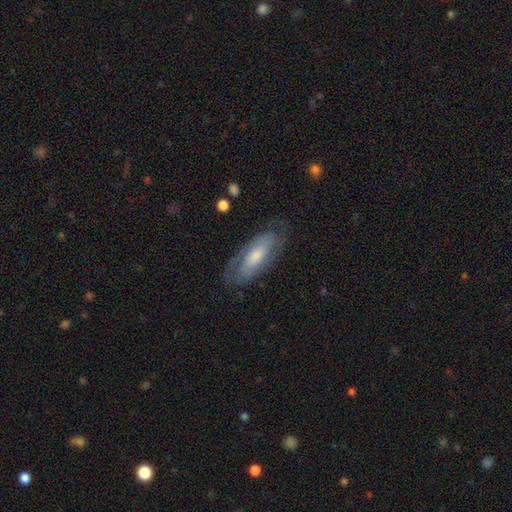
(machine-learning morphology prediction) Smooth or featured: featured or disk — 54% (smooth — 40%)
Edge-on disk: no — 81% (yes — 19%)
Merging: none — 72% (minor disturbance — 19%)